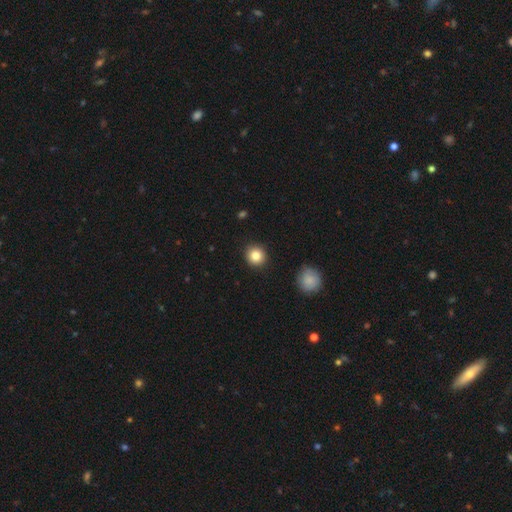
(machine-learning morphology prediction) This is clearly a smooth galaxy (84%). How rounded: clearly round (90%). Merging: clearly none (91%).